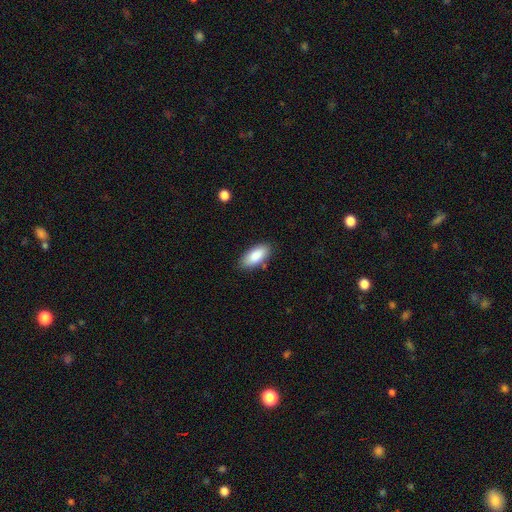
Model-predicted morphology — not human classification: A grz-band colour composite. It shows a smooth galaxy with no disk features (86%) that is in between round and cigar-shaped (89%). Merging: none (84%).